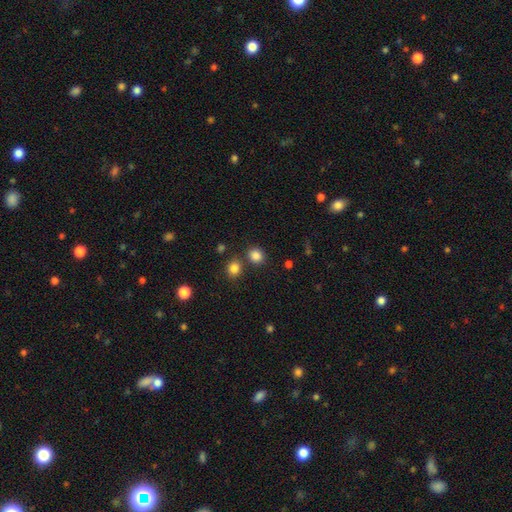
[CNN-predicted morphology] smooth_or_featured: smooth (p=0.84) [alt: star or artifact p=0.12]
how_rounded: round (p=0.75) [alt: in between p=0.24]
merging: none (p=0.76) [alt: merger p=0.13]